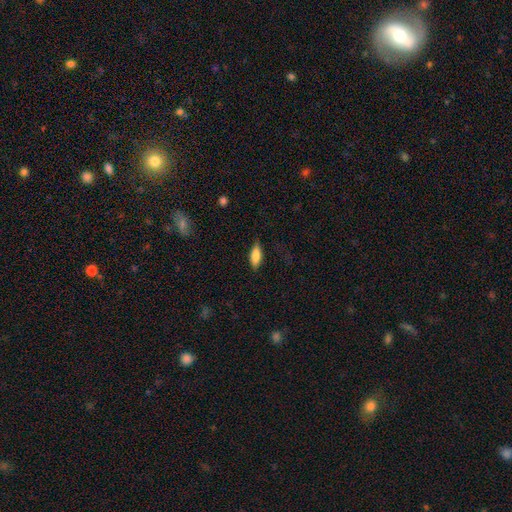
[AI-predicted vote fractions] Smooth or featured?
  - smooth: 82% *
  - featured or disk: 11%
  - star or artifact: 7%
How rounded?
  - in between: 73% *
  - cigar-shaped: 24%
  - round: 2%
Merging?
  - none: 80% *
  - minor disturbance: 15%
  - major disturbance: 4%
  - merger: 1%